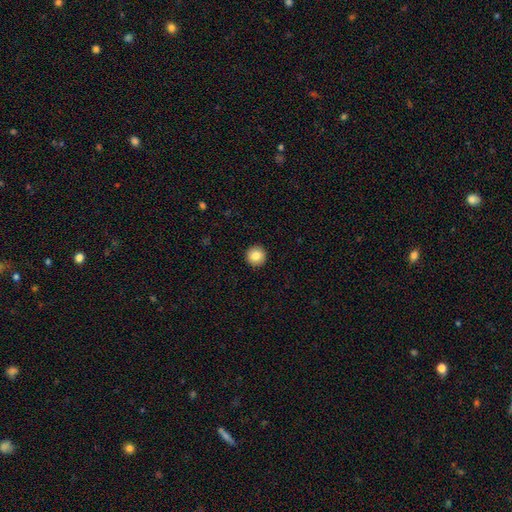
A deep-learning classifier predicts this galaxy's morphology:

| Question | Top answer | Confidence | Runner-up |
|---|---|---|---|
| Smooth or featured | smooth | 85% | star or artifact (9%) |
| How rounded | round | 96% | in between (3%) |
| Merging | none | 94% | minor disturbance (4%) |